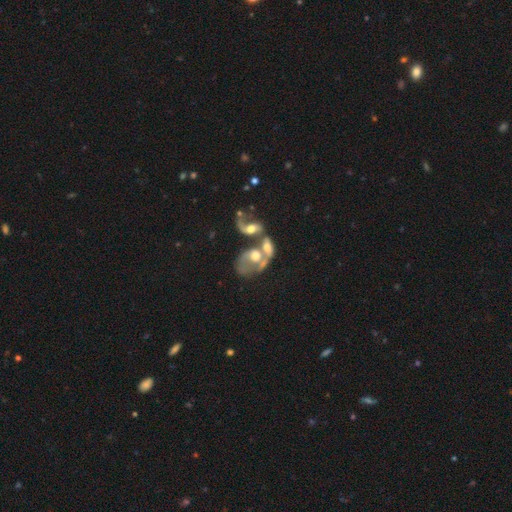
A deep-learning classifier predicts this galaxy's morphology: Overall: featured or disk (62%; smooth 29%). Edge-on disk: no (95%). Bar: no (75%). Spiral arms: no (52%; yes 48%). Bulge size: moderate (59%; large 19%). Merging: merger (72%).